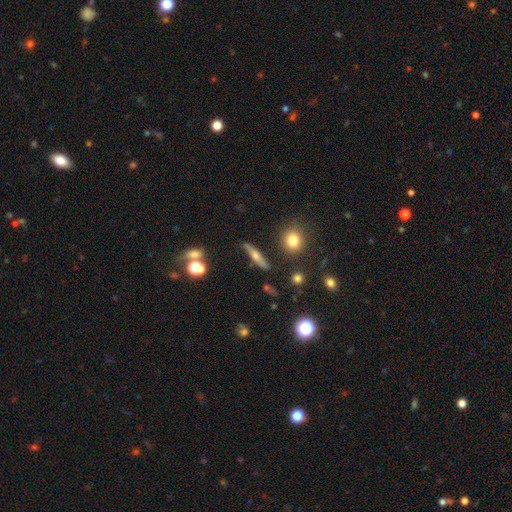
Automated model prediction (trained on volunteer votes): Q: Smooth or featured?
A: featured or disk (53%); runner-up: smooth (36%)
Q: Edge-on disk?
A: yes (89%); runner-up: no (11%)
Q: Merging?
A: none (80%); runner-up: minor disturbance (12%)